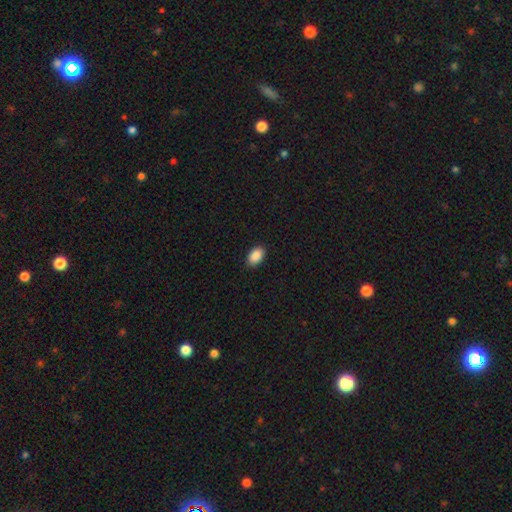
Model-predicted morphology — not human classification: Smooth or featured?
  - smooth: 90% *
  - star or artifact: 7%
  - featured or disk: 3%
How rounded?
  - in between: 93% *
  - round: 6%
  - cigar-shaped: 1%
Merging?
  - none: 90% *
  - minor disturbance: 8%
  - major disturbance: 2%
  - merger: 1%